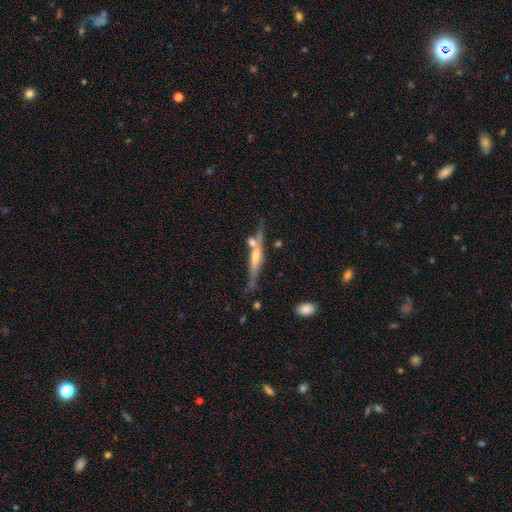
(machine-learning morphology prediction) Smooth or featured? Predicted: featured or disk (p=0.72). Edge-on disk? Predicted: yes (p=0.94). Edge-on bulge? Predicted: rounded (p=0.72). Merging? Predicted: none (p=0.66).